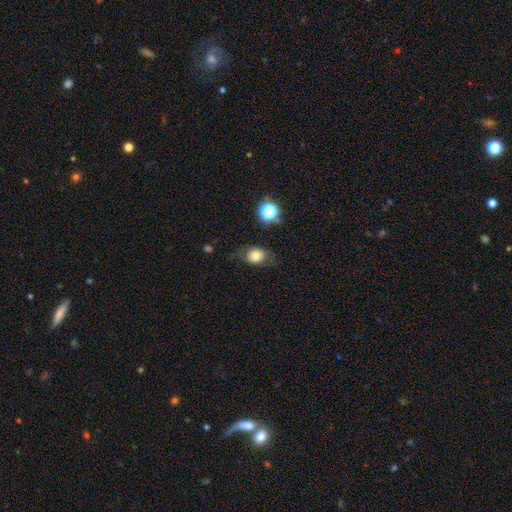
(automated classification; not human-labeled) Smooth or featured?
  - smooth: 72% *
  - featured or disk: 16%
  - star or artifact: 12%
How rounded?
  - round: 58% *
  - in between: 41%
  - cigar-shaped: 1%
Merging?
  - none: 70% *
  - minor disturbance: 19%
  - major disturbance: 9%
  - merger: 3%